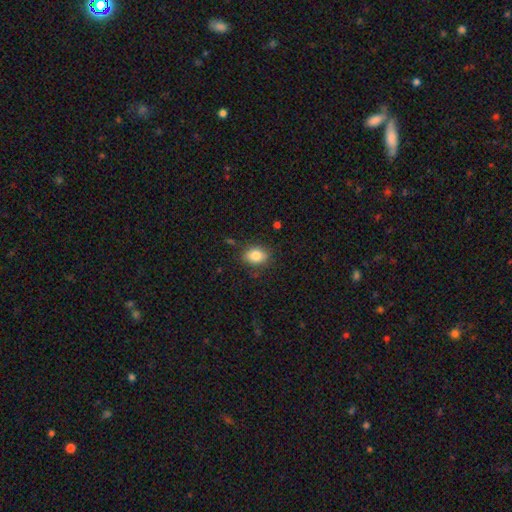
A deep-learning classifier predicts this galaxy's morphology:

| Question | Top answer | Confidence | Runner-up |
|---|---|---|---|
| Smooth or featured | smooth | 84% | star or artifact (9%) |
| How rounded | in between | 71% | round (28%) |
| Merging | none | 82% | minor disturbance (13%) |